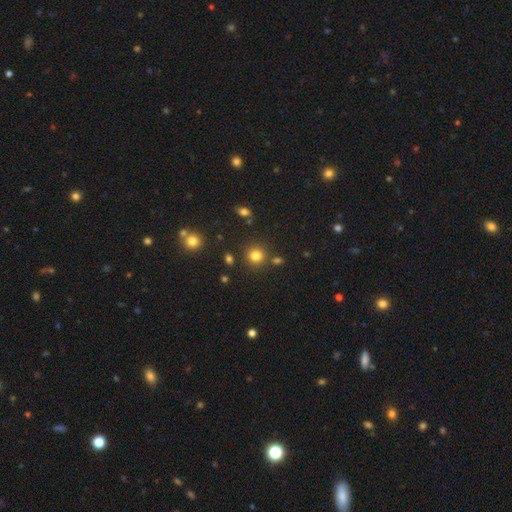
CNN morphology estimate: Smooth or featured? smooth (79%)
How rounded? round (91%)
Merging? none (83%)